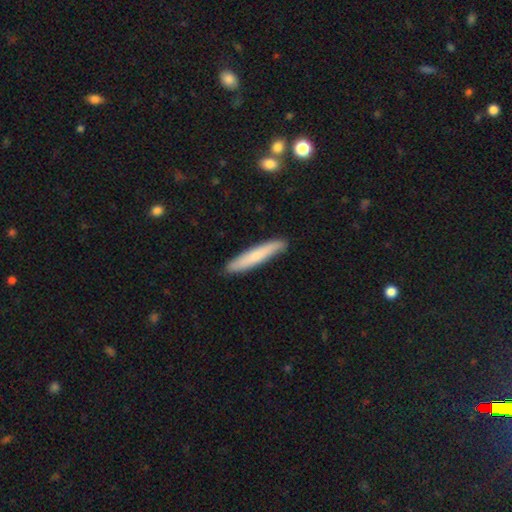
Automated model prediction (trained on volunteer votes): This is likely a smooth galaxy (69%). How rounded: clearly cigar-shaped (93%). Merging: clearly none (89%).